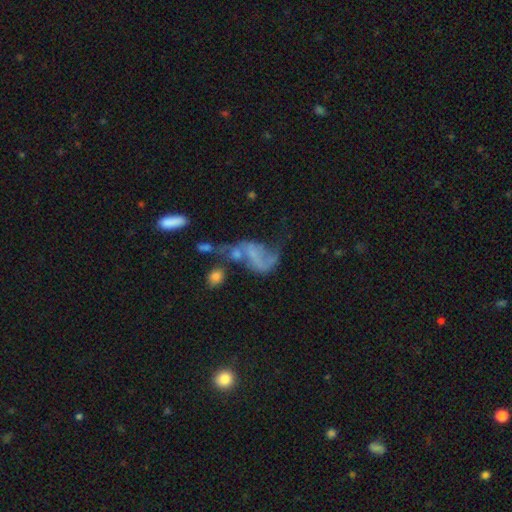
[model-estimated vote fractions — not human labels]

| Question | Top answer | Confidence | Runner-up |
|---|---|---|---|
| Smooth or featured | featured or disk | 62% | smooth (25%) |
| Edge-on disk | no | 96% | yes (4%) |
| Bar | no | 55% | weak (30%) |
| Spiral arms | yes | 63% | no (37%) |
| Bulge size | none | 62% | small (25%) |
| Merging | major disturbance | 35% | merger (25%) |